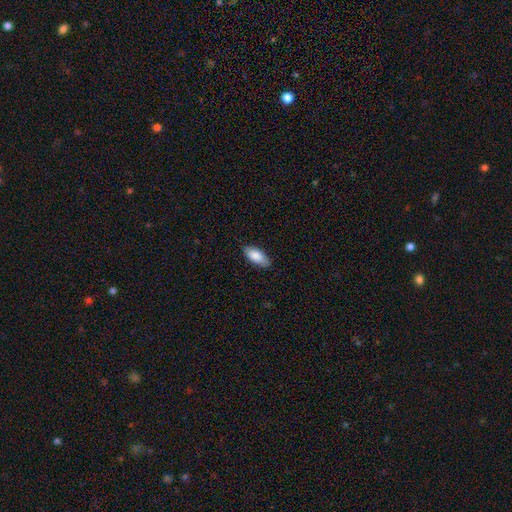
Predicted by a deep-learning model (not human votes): Morphology: type=smooth (86%); roundness=in between (88%); merging=none (82%).